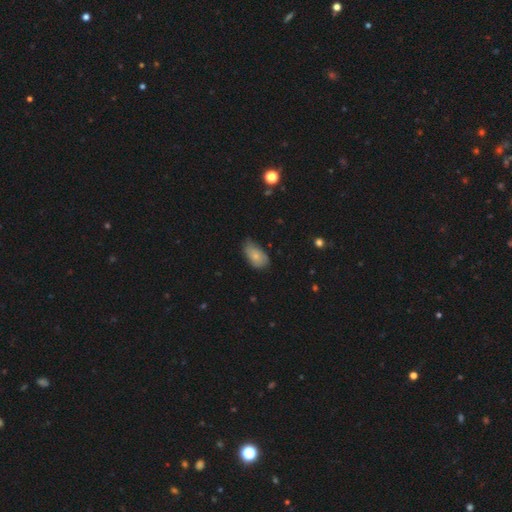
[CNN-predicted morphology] Smooth or featured? smooth (77%)
How rounded? in between (92%)
Merging? none (55%)